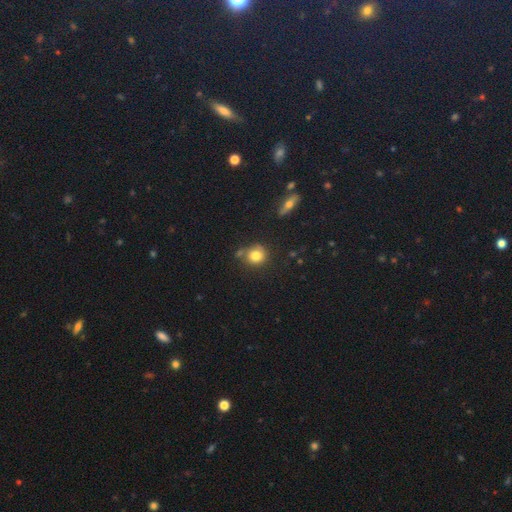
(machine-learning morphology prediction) Smooth or featured? Predicted: smooth (p=0.80). How rounded? Predicted: round (p=0.83). Merging? Predicted: none (p=0.67).